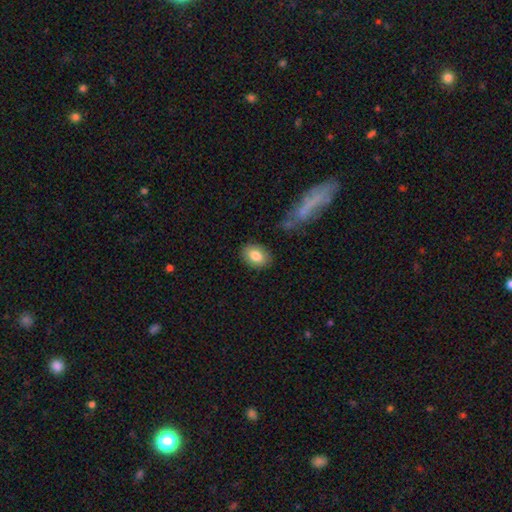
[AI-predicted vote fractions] smooth_or_featured: smooth (p=0.83) [alt: featured or disk p=0.10]
how_rounded: in between (p=0.77) [alt: round p=0.22]
merging: none (p=0.85) [alt: minor disturbance p=0.10]